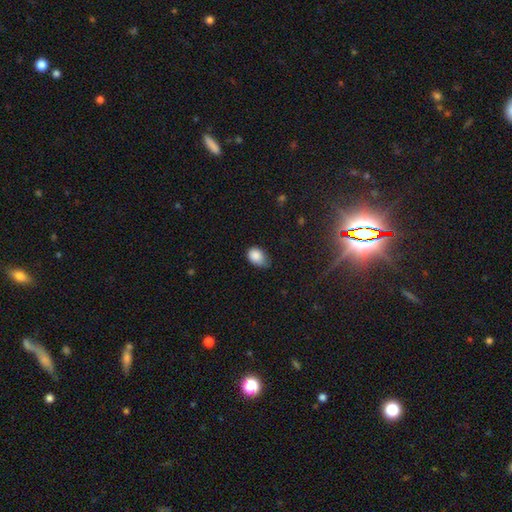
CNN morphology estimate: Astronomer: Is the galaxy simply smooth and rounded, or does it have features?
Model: smooth — 86%.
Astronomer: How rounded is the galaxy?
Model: in between — 79%.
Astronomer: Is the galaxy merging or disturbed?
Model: none — 45%, tied with minor disturbance at 45%.